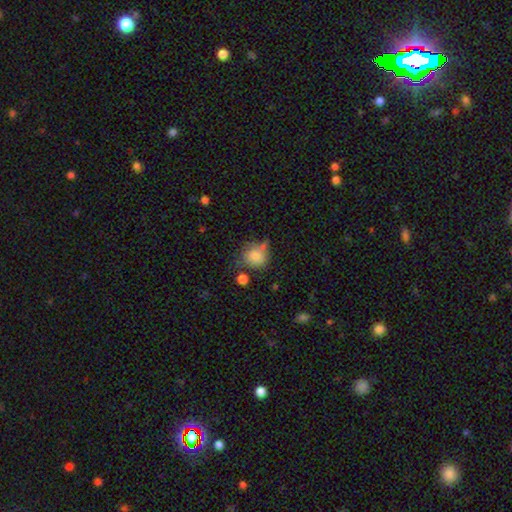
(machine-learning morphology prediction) smooth 81%, star or artifact 10%, featured or disk 9%. Down the decision tree: how rounded — round (79%); merging — none (53%).